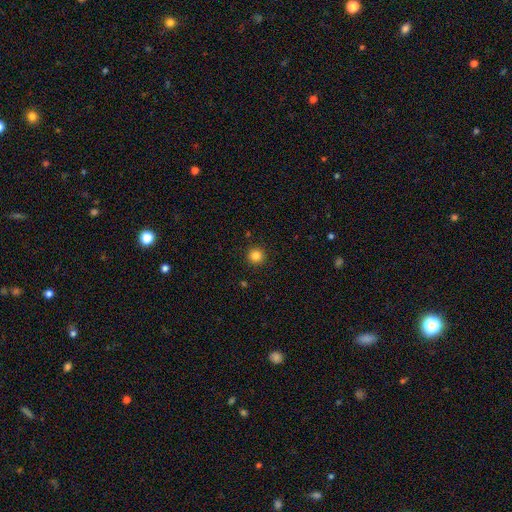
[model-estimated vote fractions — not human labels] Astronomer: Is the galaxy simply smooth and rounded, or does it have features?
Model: smooth — 84%.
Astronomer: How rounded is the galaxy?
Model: round — 95%.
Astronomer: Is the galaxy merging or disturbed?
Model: none — 92%.